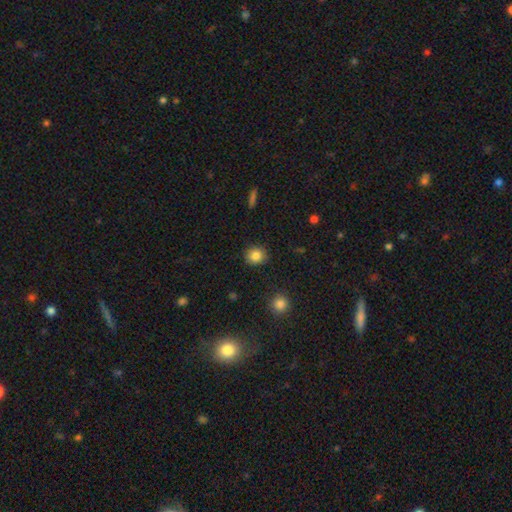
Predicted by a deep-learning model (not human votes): smooth 84%, star or artifact 10%, featured or disk 6%. Down the decision tree: how rounded — round (84%); merging — none (90%).